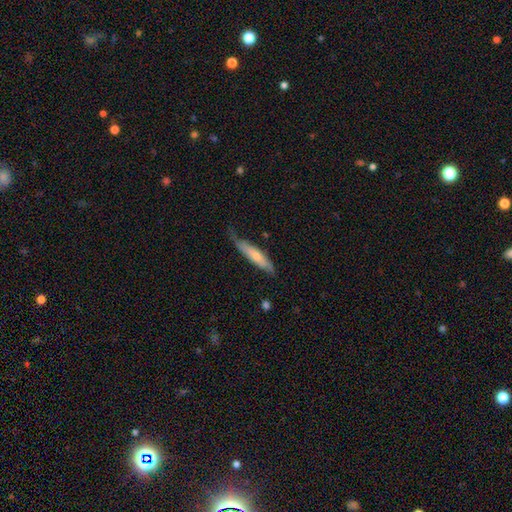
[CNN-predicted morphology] Smooth or featured: smooth — 57% (featured or disk — 37%)
How rounded: cigar-shaped — 78% (in between — 21%)
Merging: none — 54% (minor disturbance — 32%)